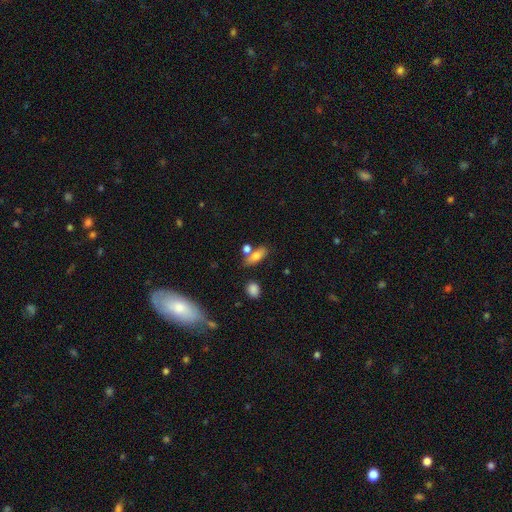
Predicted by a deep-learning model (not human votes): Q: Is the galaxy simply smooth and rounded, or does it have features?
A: smooth — 75%.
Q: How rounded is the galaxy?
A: in between — 74%.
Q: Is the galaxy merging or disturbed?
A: none — 60%.